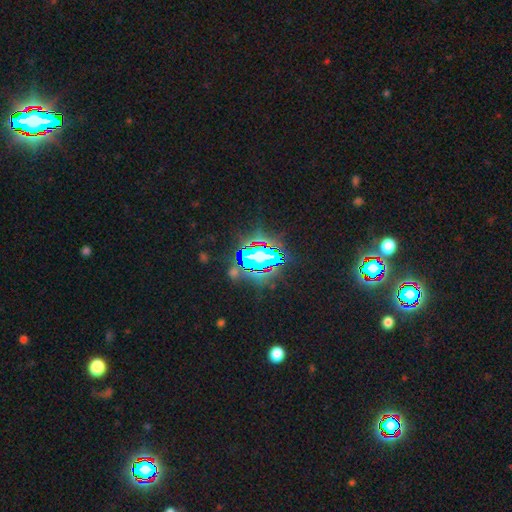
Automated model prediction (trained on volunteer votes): A star or artifact, not a galaxy (71%).